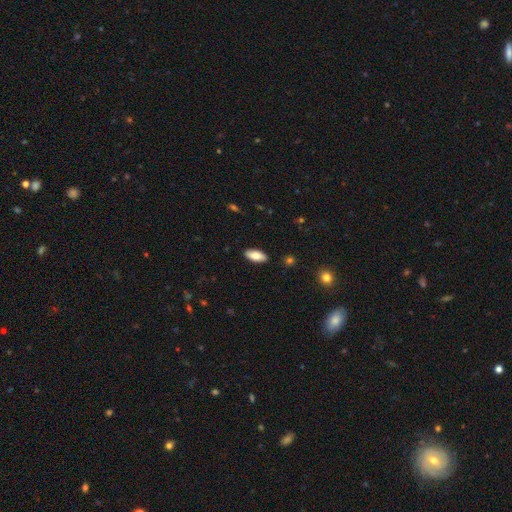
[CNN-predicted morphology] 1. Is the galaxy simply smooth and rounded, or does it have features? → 78% smooth, 15% featured or disk, 6% star or artifact.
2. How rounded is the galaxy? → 86% in between, 12% cigar-shaped, 2% round.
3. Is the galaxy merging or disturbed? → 89% none, 8% minor disturbance, 2% major disturbance, 1% merger.